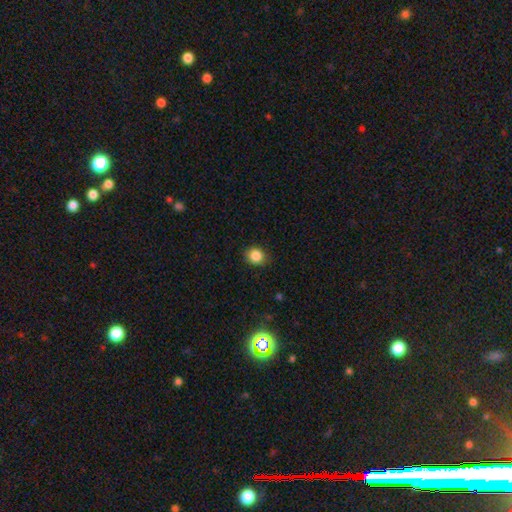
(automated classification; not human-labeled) A smooth galaxy with no disk features (86%) that is round (74%).

Vote fractions:
- Smooth or featured? smooth: 86% / star or artifact: 10% / featured or disk: 4%
- How rounded? round: 74% / in between: 25% / cigar-shaped: 1%
- Merging? none: 82% / minor disturbance: 14% / major disturbance: 3% / merger: 1%